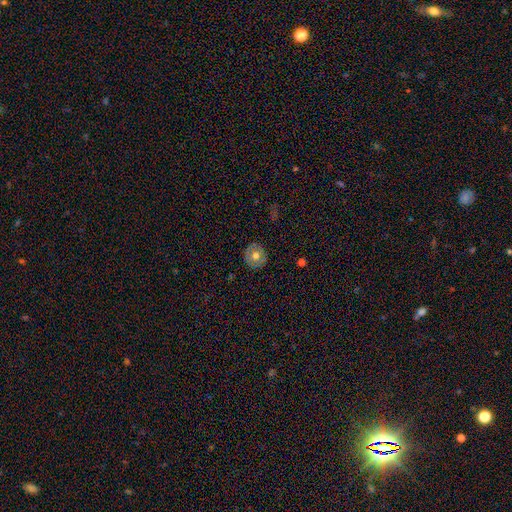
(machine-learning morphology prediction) smooth 62%, featured or disk 29%, star or artifact 8%. Down the decision tree: how rounded — round (91%); merging — none (87%).